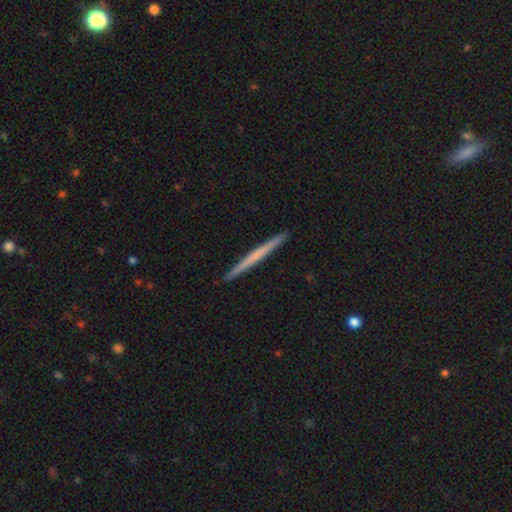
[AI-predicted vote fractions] featured or disk 49%, smooth 47%, star or artifact 5%. Down the decision tree: merging — none (93%).